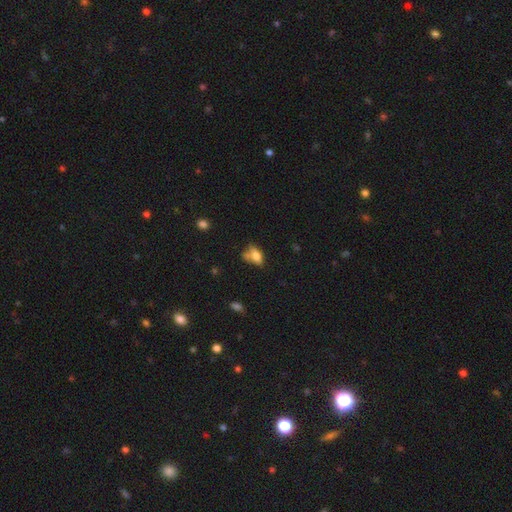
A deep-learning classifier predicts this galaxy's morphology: Smooth or featured?
  - smooth: 67% *
  - featured or disk: 22%
  - star or artifact: 12%
How rounded?
  - in between: 82% *
  - cigar-shaped: 9%
  - round: 9%
Merging?
  - none: 35% *
  - minor disturbance: 24%
  - merger: 23%
  - major disturbance: 17%